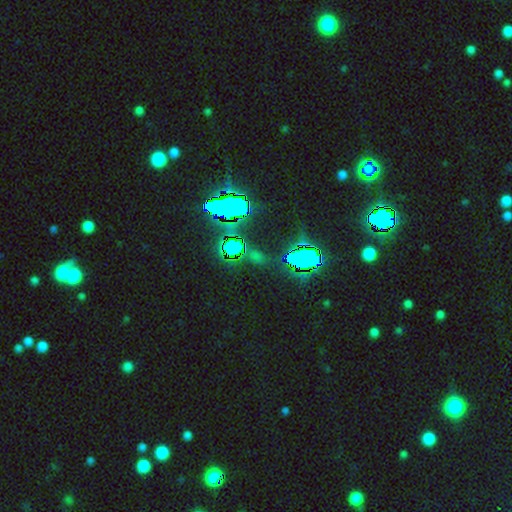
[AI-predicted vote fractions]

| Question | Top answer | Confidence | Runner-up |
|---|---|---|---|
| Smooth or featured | star or artifact | 74% | smooth (16%) |